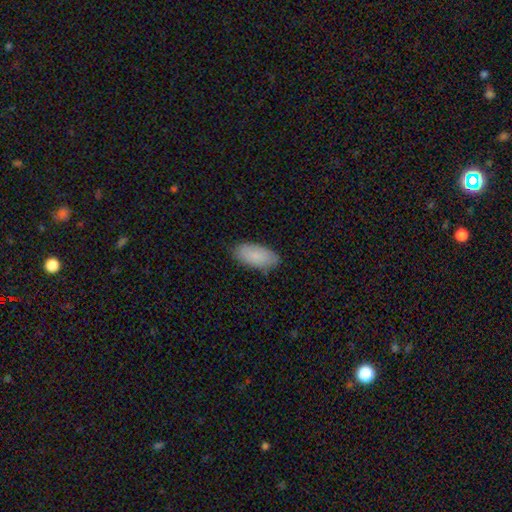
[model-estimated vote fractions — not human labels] Overall: smooth (87%). How rounded: in between (93%). Merging: none (85%).